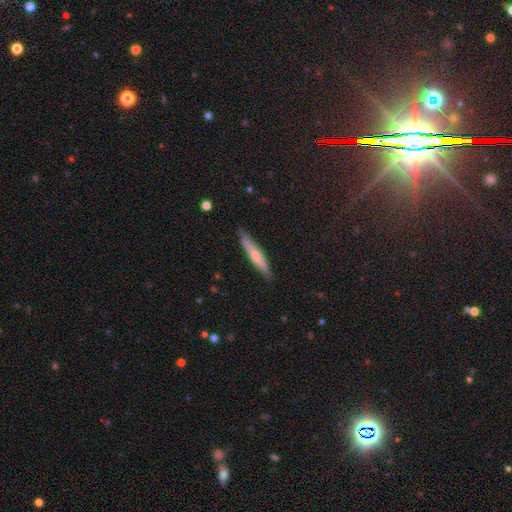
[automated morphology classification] Q: Smooth or featured?
A: smooth (53%); runner-up: featured or disk (41%)
Q: How rounded?
A: cigar-shaped (90%); runner-up: in between (9%)
Q: Merging?
A: none (85%); runner-up: minor disturbance (12%)